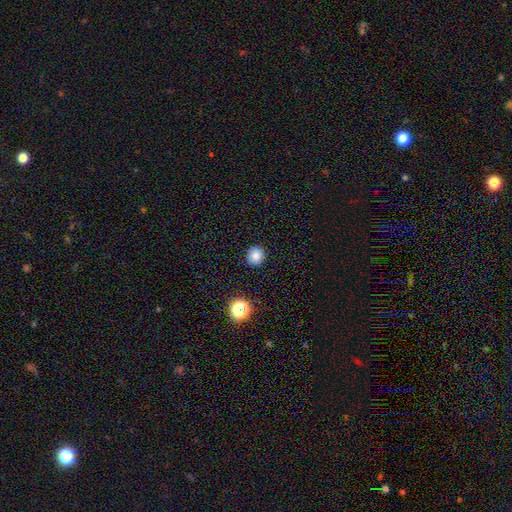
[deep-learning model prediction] This appears to be a smooth galaxy with no disk features (82%) that is round (84%). Merging: none (91%).